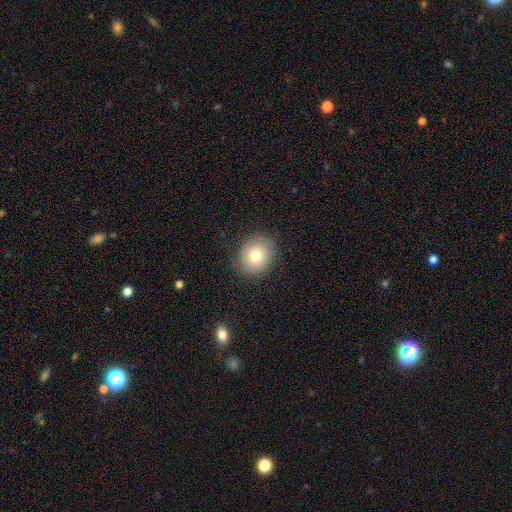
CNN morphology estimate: This is likely a smooth galaxy (73%). How rounded: likely round (64%). Merging: clearly none (83%).